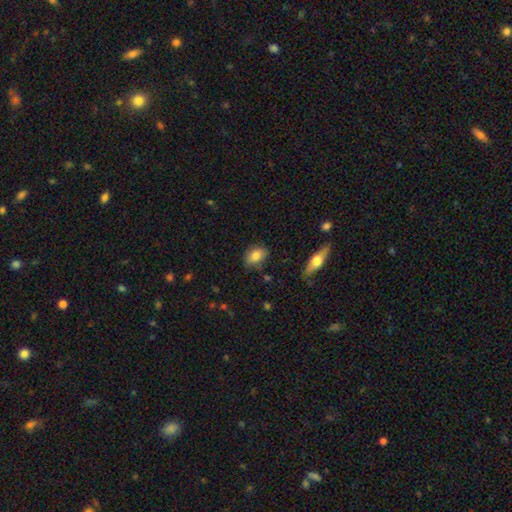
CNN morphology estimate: smooth-or-featured: smooth: 82% | featured or disk: 10% | star or artifact: 7%
  how-rounded: in between: 75% | round: 22% | cigar-shaped: 2%
  merging: none: 80% | minor disturbance: 15% | major disturbance: 3% | merger: 2%